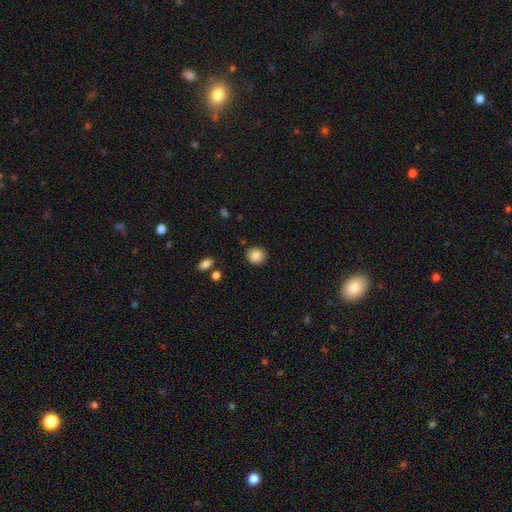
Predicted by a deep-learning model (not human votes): Smooth or featured? smooth (87%)
How rounded? round (84%)
Merging? none (88%)